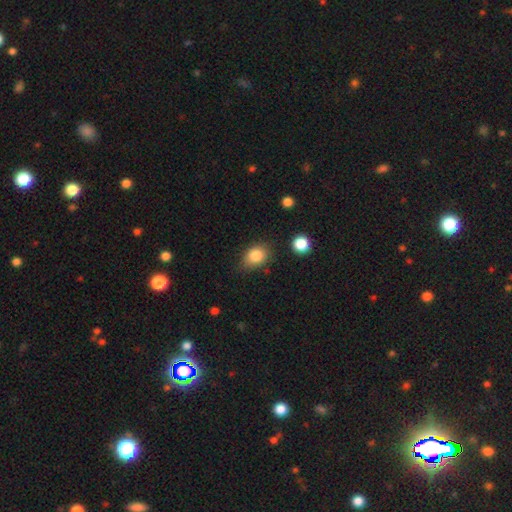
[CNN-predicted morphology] The model was most divided on "how rounded": in between: 60%, round: 39%, cigar-shaped: 1%. More confident: smooth or featured — smooth (84%); merging — none (73%).